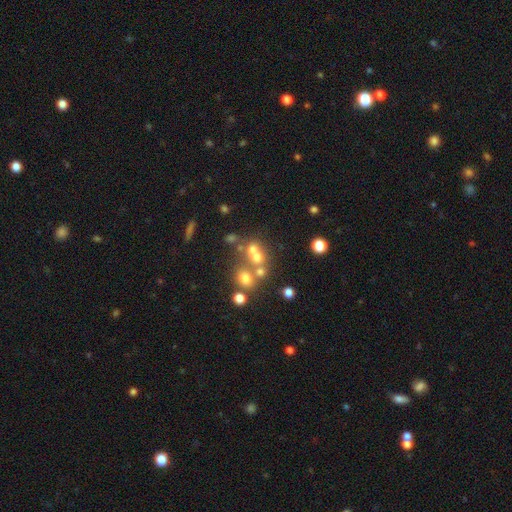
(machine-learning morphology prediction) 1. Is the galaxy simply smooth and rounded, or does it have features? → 51% smooth, 25% featured or disk, 24% star or artifact.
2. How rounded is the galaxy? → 71% round, 27% in between, 2% cigar-shaped.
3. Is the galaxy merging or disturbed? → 46% merger, 40% none, 9% minor disturbance, 6% major disturbance.